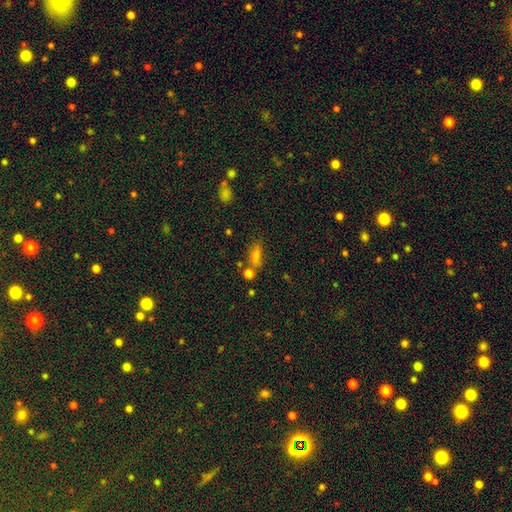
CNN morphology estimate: type=smooth (66%); roundness=in between (69%); merging=none (60%).